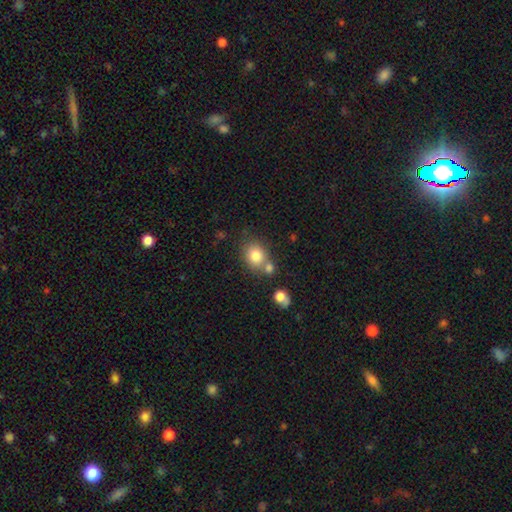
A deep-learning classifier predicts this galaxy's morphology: This appears to be a smooth galaxy with no disk features (80%) that is round (60%). Merging: none (58%).